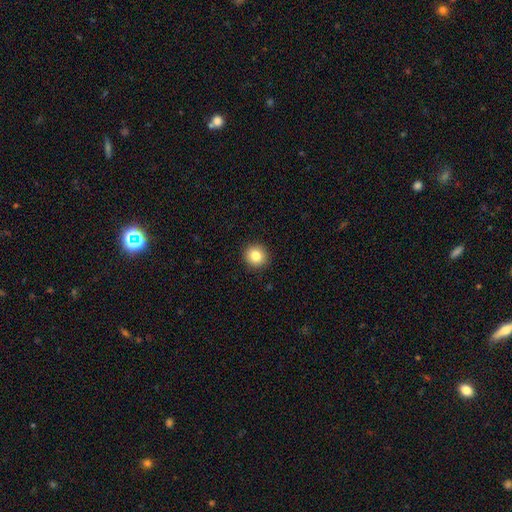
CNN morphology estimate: A smooth galaxy with no disk features (84%) that is round (92%). Merging: none (92%).